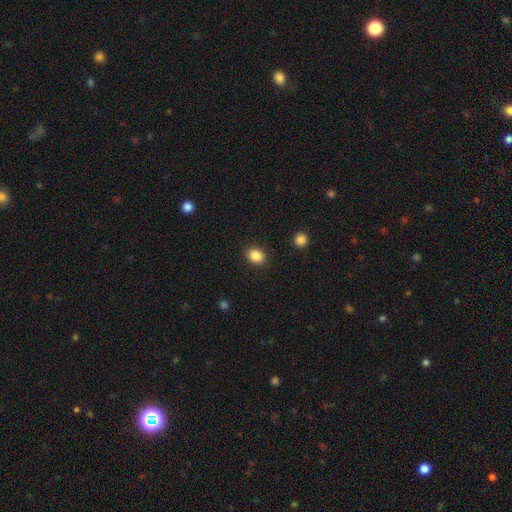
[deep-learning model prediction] Smooth or featured?
  - smooth: 87% *
  - star or artifact: 9%
  - featured or disk: 4%
How rounded?
  - round: 50% *
  - in between: 49%
  - cigar-shaped: 1%
Merging?
  - none: 89% *
  - minor disturbance: 7%
  - major disturbance: 2%
  - merger: 1%